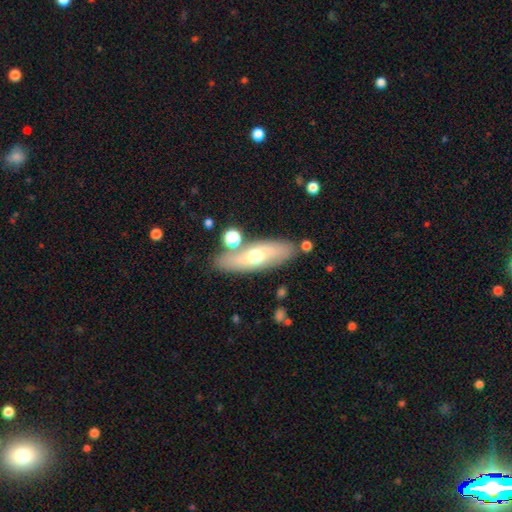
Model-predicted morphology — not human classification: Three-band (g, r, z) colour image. It shows a smooth galaxy with no disk features (48%). Merging: none (78%).